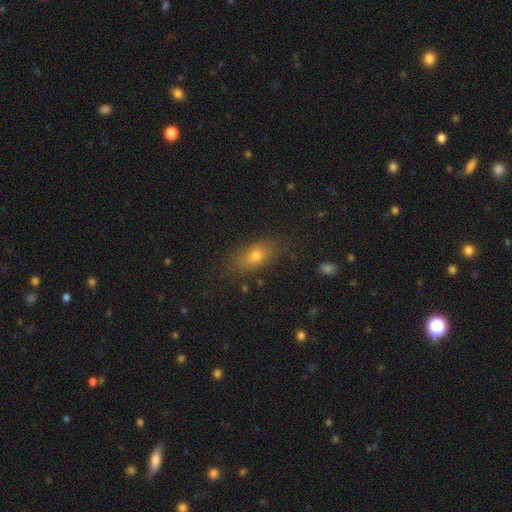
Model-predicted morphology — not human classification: The model was most divided on "smooth or featured": smooth: 72%, featured or disk: 15%, star or artifact: 13%. More confident: merging — none (80%); how rounded — in between (75%).